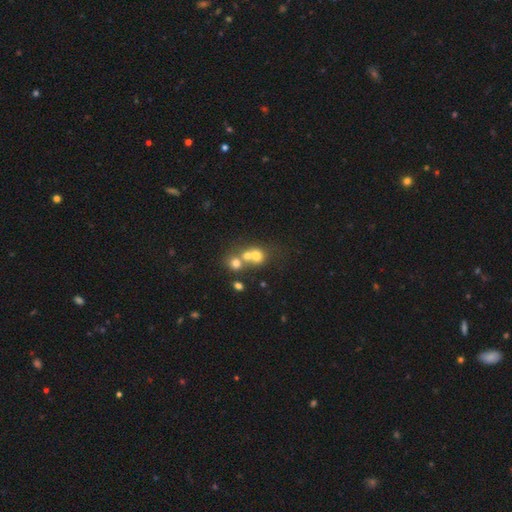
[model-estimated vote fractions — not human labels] smooth 64%, featured or disk 21%, star or artifact 16%. Down the decision tree: how rounded — round (78%); merging — merger (59%).